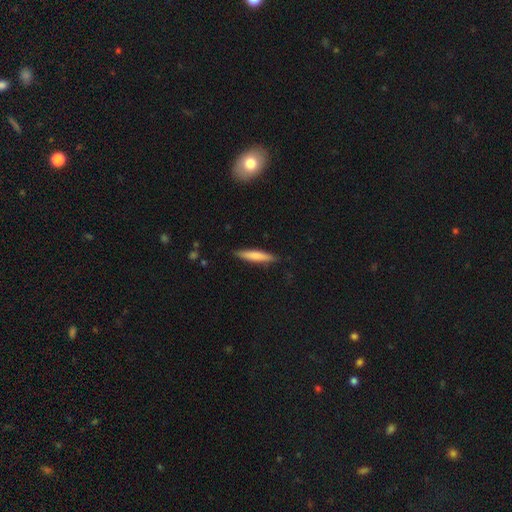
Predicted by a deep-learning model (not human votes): Smooth or featured?
  - smooth: 73% *
  - featured or disk: 22%
  - star or artifact: 5%
How rounded?
  - cigar-shaped: 90% *
  - in between: 8%
  - round: 1%
Merging?
  - none: 88% *
  - minor disturbance: 9%
  - major disturbance: 2%
  - merger: 1%